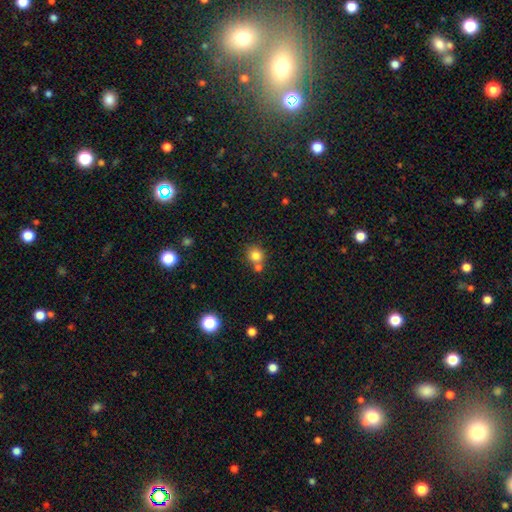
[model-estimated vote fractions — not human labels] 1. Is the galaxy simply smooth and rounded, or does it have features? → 81% smooth, 12% star or artifact, 7% featured or disk.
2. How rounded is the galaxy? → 86% round, 13% in between, 1% cigar-shaped.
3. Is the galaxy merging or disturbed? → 58% none, 30% merger, 9% minor disturbance, 3% major disturbance.